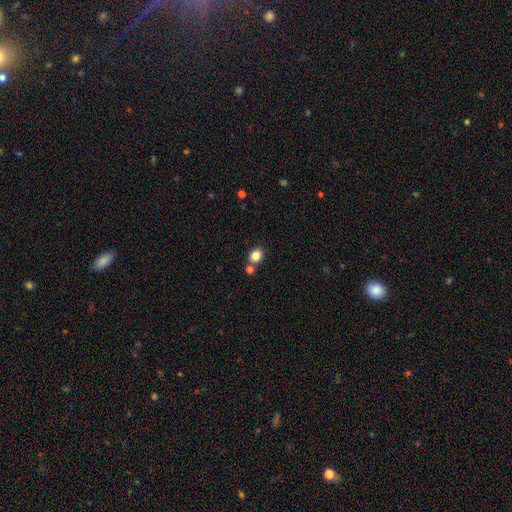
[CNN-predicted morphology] smooth 83%, star or artifact 11%, featured or disk 5%. Down the decision tree: how rounded — round (61%); merging — none (73%).